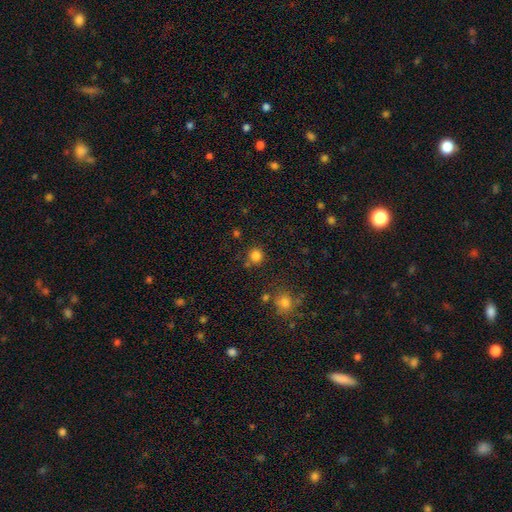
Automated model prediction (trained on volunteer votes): This is clearly a smooth galaxy (82%). How rounded: clearly round (90%). Merging: clearly none (81%).